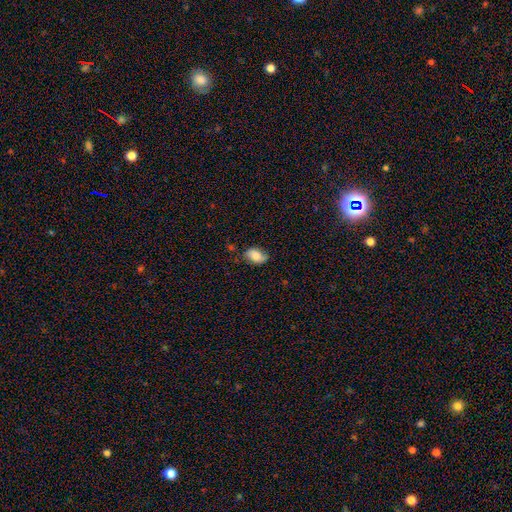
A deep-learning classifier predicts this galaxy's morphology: This appears to be a smooth galaxy with no disk features (76%) that is in between round and cigar-shaped (88%). Merging: none (65%).